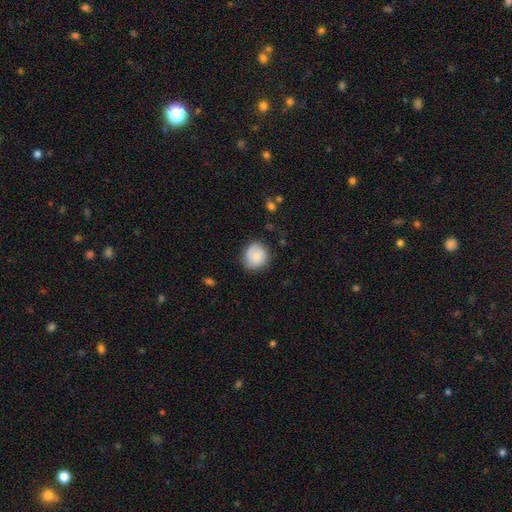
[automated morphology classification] Q: Smooth or featured?
A: smooth (70%); runner-up: featured or disk (22%)
Q: How rounded?
A: round (84%); runner-up: in between (15%)
Q: Merging?
A: none (77%); runner-up: minor disturbance (17%)